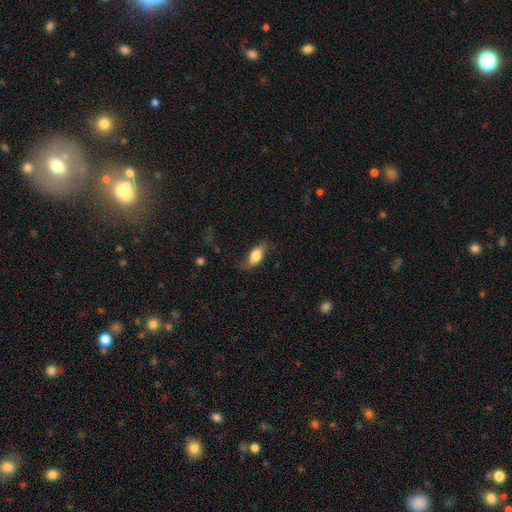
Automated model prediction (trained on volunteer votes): Smooth or featured: smooth — 71% (featured or disk — 21%)
How rounded: in between — 84% (cigar-shaped — 11%)
Merging: none — 70% (minor disturbance — 21%)